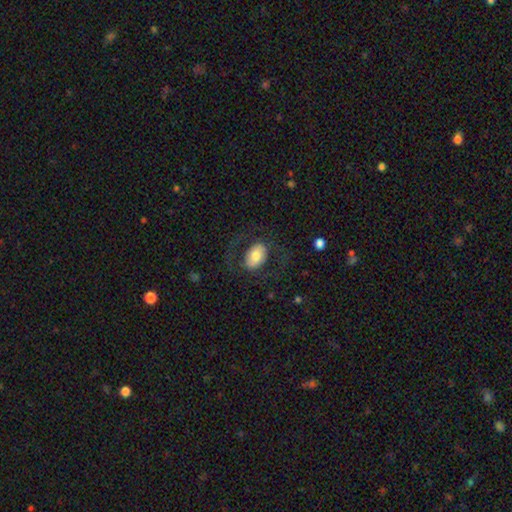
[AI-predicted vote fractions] The model was most divided on "smooth or featured": smooth: 59%, featured or disk: 35%, star or artifact: 7%. More confident: how rounded — in between (83%); merging — none (69%).